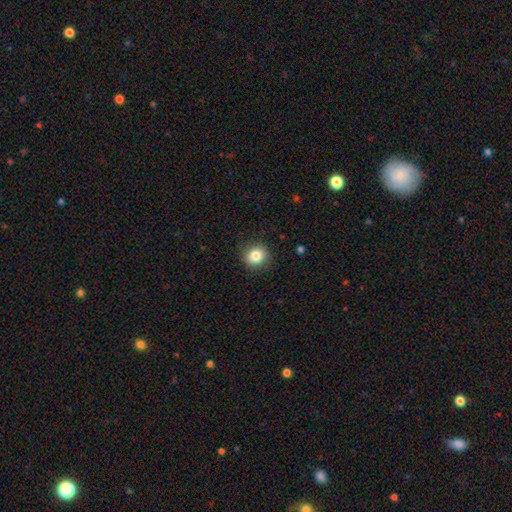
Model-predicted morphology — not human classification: Smooth or featured: smooth — 84% (star or artifact — 10%)
How rounded: round — 86% (in between — 13%)
Merging: none — 88% (minor disturbance — 8%)